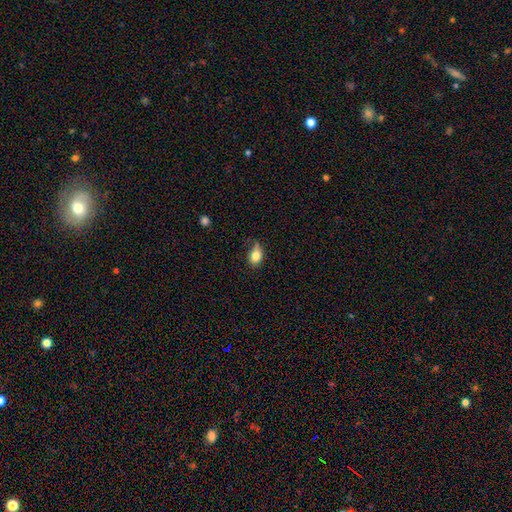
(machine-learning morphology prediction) Smooth or featured? Predicted: smooth (p=0.82). How rounded? Predicted: in between (p=0.79). Merging? Predicted: none (p=0.49).